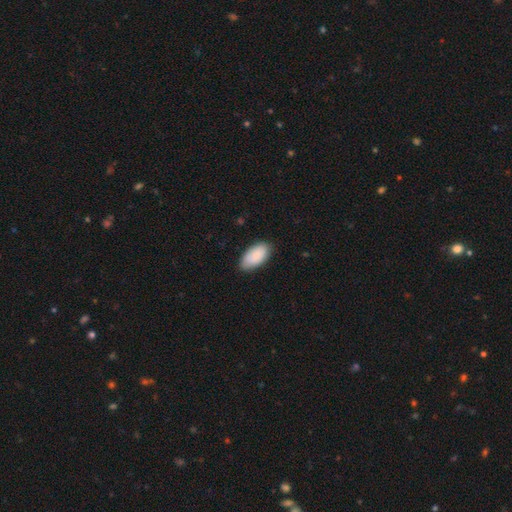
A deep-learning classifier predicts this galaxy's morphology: The model was most divided on "merging": none: 79%, minor disturbance: 17%, major disturbance: 2%, merger: 1%. More confident: how rounded — in between (95%); smooth or featured — smooth (88%).